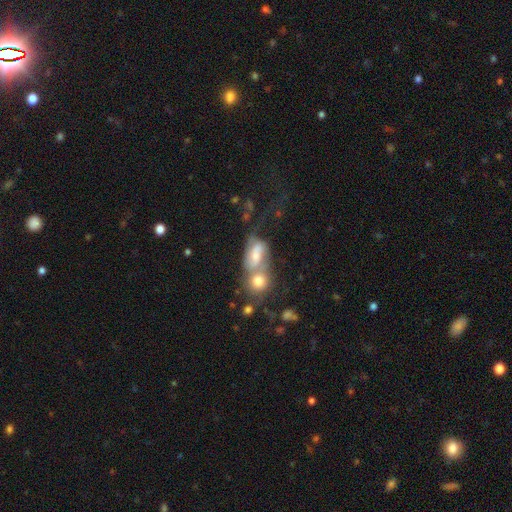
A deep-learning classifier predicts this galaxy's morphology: smooth-or-featured: featured or disk: 47% | smooth: 39% | star or artifact: 13%
  merging: merger: 62% | none: 19% | major disturbance: 10% | minor disturbance: 9%